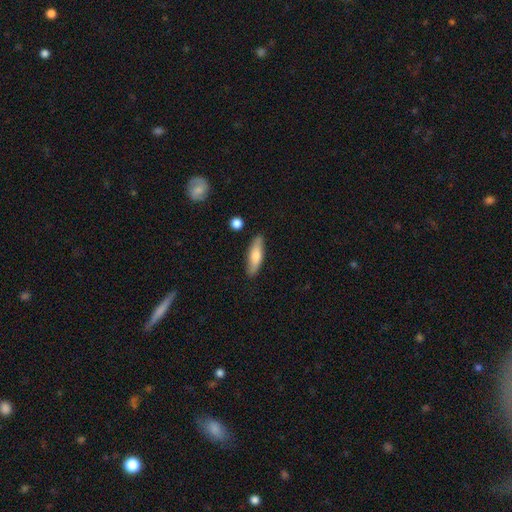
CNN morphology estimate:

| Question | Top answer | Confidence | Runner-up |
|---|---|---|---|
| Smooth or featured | smooth | 66% | featured or disk (28%) |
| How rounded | cigar-shaped | 56% | in between (41%) |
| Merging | none | 84% | minor disturbance (11%) |